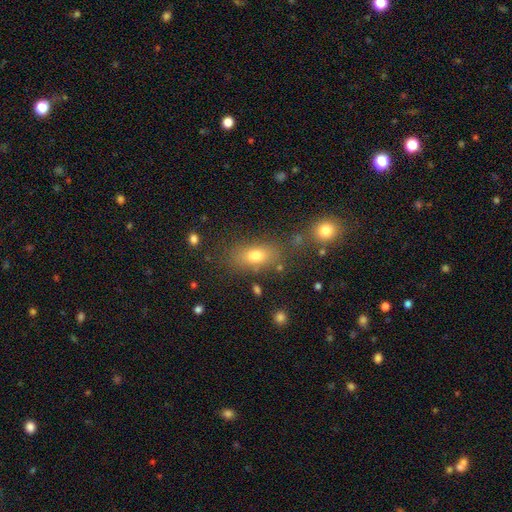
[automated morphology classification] Smooth or featured? smooth (73%)
How rounded? in between (80%)
Merging? none (73%)